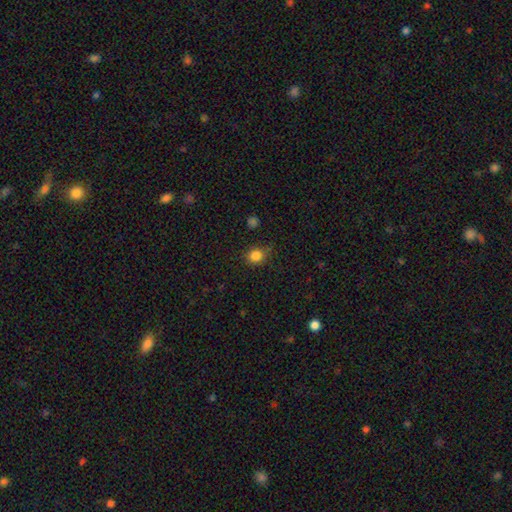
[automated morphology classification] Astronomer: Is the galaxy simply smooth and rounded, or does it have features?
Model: smooth — 84%.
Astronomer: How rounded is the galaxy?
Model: round — 82%.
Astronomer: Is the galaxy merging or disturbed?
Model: none — 83%.